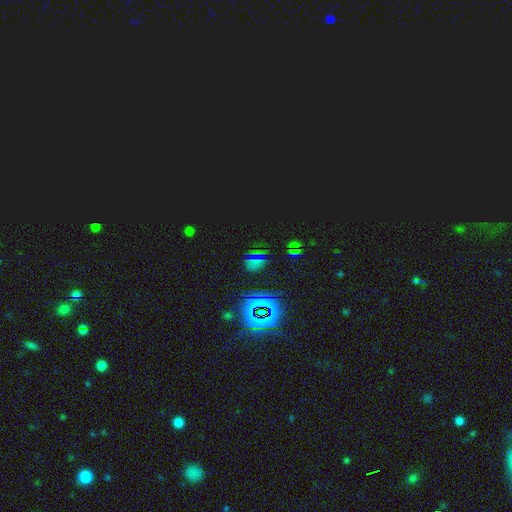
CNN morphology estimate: type=star or artifact (73%).